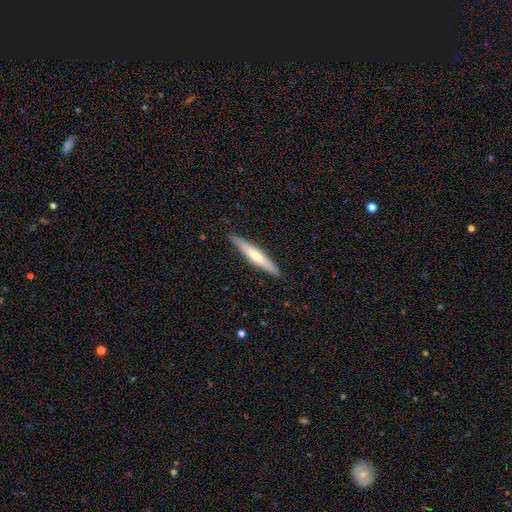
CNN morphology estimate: Smooth or featured? smooth (48%)
Merging? none (90%)